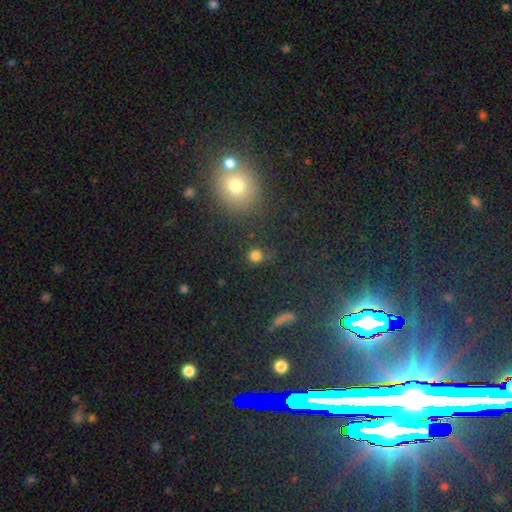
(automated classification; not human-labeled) This appears to be a smooth galaxy with no disk features (78%) that is round (90%). Merging: none (79%).